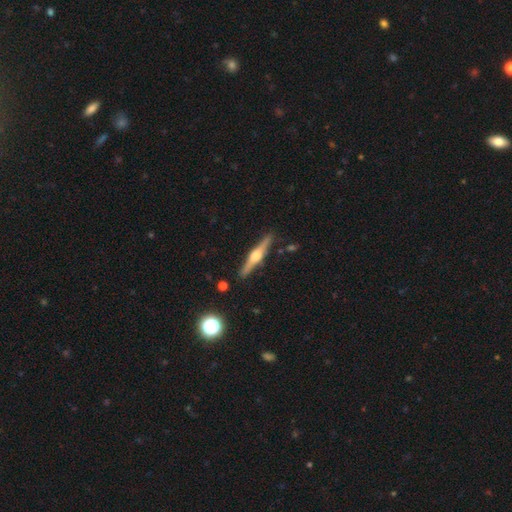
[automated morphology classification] featured or disk 77%, smooth 18%, star or artifact 5%. Down the decision tree: edge-on disk — yes (98%); edge-on bulge — rounded (93%); merging — none (90%).